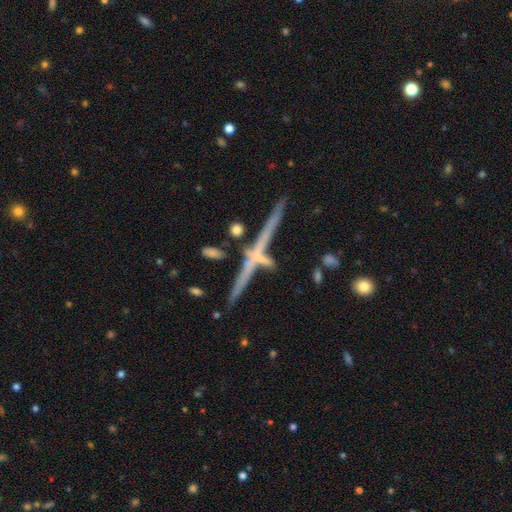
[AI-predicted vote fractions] featured or disk 67%, smooth 23%, star or artifact 10%. Down the decision tree: edge-on disk — yes (94%); edge-on bulge — none (71%); merging — none (66%).